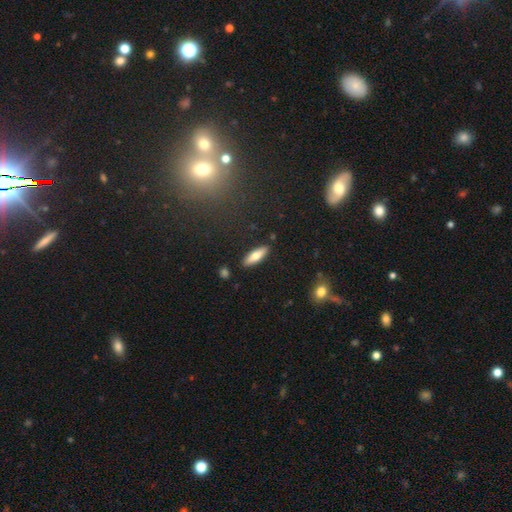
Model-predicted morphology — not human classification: Q: Smooth or featured?
A: smooth (68%); runner-up: featured or disk (26%)
Q: How rounded?
A: cigar-shaped (56%); runner-up: in between (42%)
Q: Merging?
A: none (88%); runner-up: minor disturbance (8%)